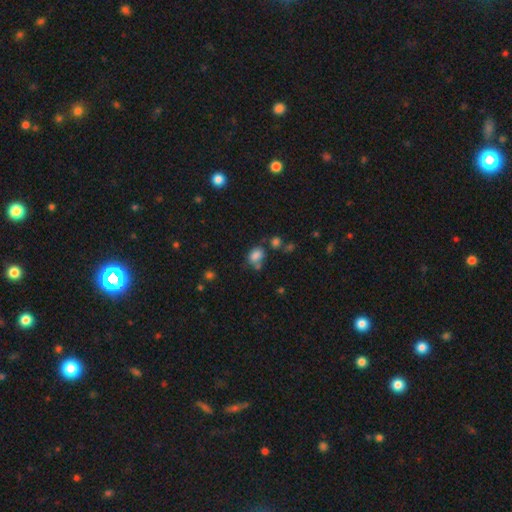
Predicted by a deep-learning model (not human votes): The model was most divided on "how rounded": in between: 65%, round: 33%, cigar-shaped: 1%. More confident: smooth or featured — smooth (80%); merging — none (53%).